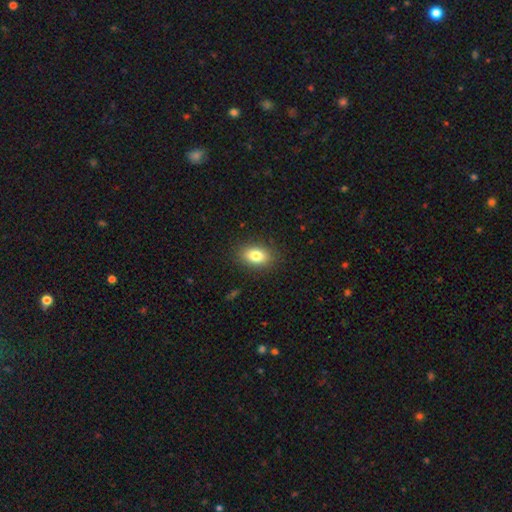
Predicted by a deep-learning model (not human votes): A smooth galaxy with no disk features (81%) that is in between round and cigar-shaped (85%).

Vote fractions:
- Smooth or featured? smooth: 81% / featured or disk: 10% / star or artifact: 9%
- How rounded? in between: 85% / round: 13% / cigar-shaped: 2%
- Merging? none: 87% / minor disturbance: 9% / major disturbance: 3% / merger: 1%